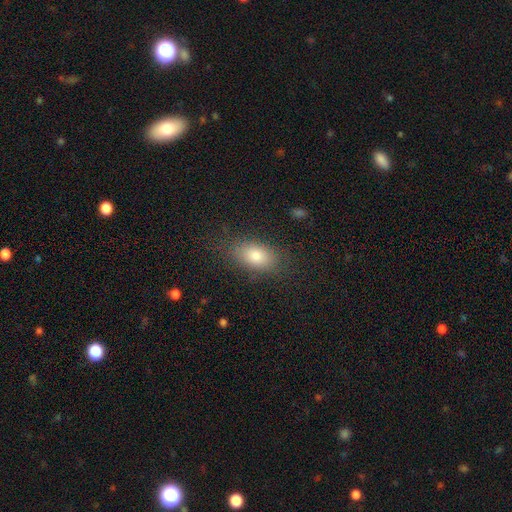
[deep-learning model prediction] Smooth or featured?
  - smooth: 80% *
  - featured or disk: 10%
  - star or artifact: 9%
How rounded?
  - in between: 88% *
  - round: 9%
  - cigar-shaped: 3%
Merging?
  - none: 81% *
  - minor disturbance: 13%
  - major disturbance: 5%
  - merger: 1%